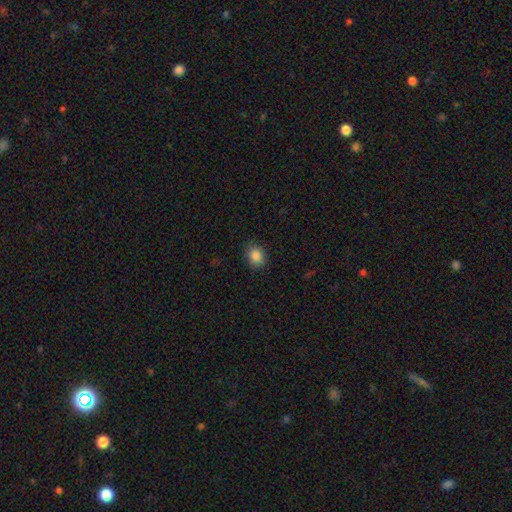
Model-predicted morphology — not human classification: type=smooth (86%); roundness=in between (56%); merging=none (84%).